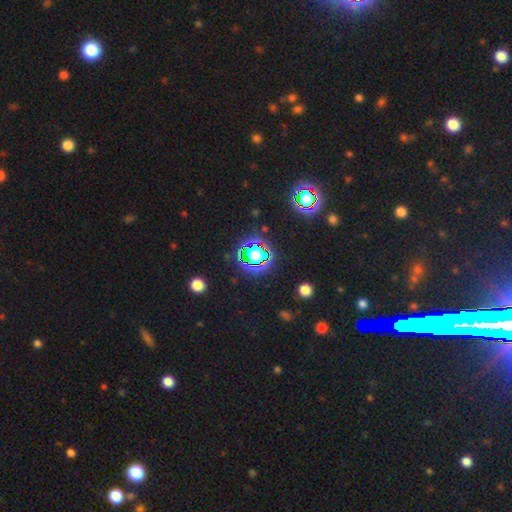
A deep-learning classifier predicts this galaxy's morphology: star or artifact 67%, smooth 21%, featured or disk 12%.